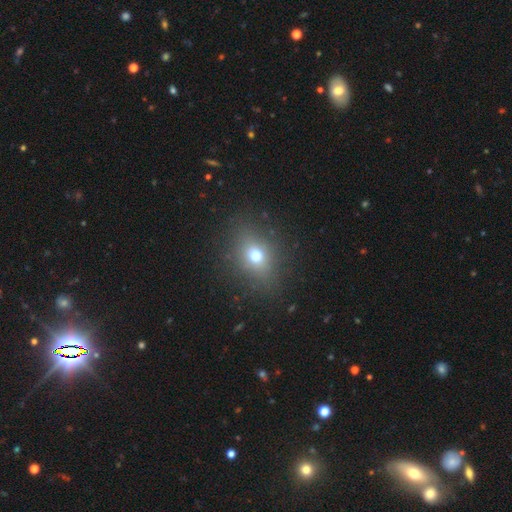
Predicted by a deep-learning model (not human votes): This appears to be a smooth galaxy with no disk features (69%) that is round (51%). Merging: none (84%).